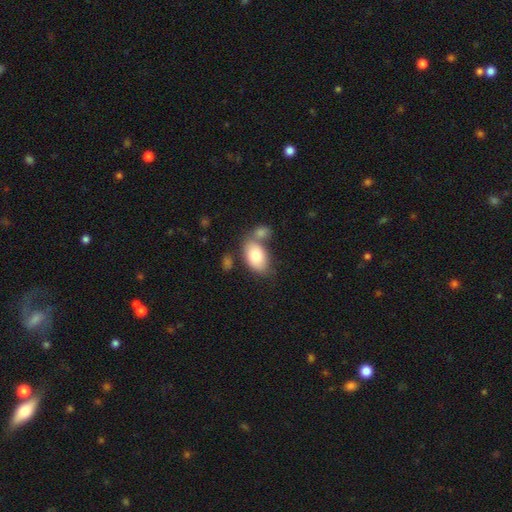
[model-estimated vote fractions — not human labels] smooth 79%, featured or disk 15%, star or artifact 6%. Down the decision tree: how rounded — in between (92%); merging — none (50%).